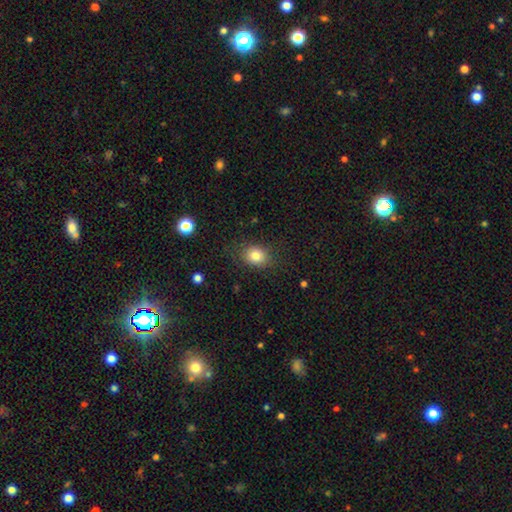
smooth 87%, star or artifact 8%, featured or disk 5%. Down the decision tree: how rounded — round (68%); merging — none (78%).